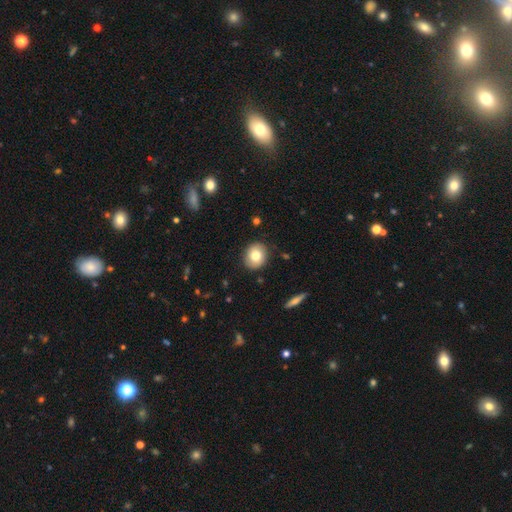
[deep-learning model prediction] smooth 78%, featured or disk 14%, star or artifact 8%. Down the decision tree: how rounded — round (71%); merging — none (88%).